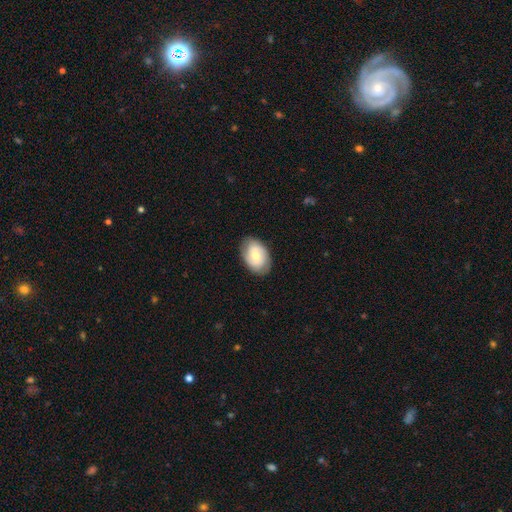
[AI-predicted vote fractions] This appears to be a smooth galaxy with no disk features (52%) that is in between round and cigar-shaped (84%). Merging: none (82%).